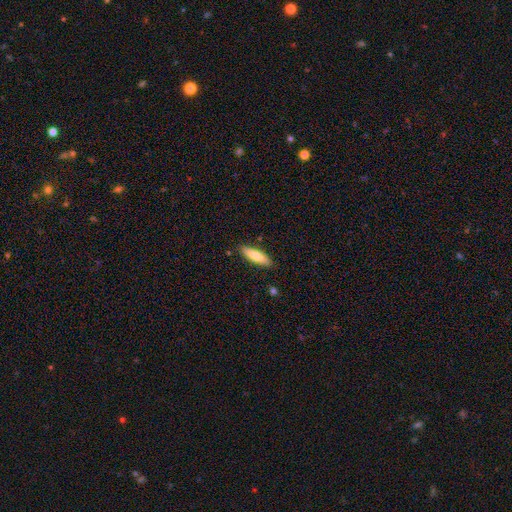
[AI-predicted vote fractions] smooth 76%, featured or disk 18%, star or artifact 6%. Down the decision tree: how rounded — cigar-shaped (63%); merging — none (87%).